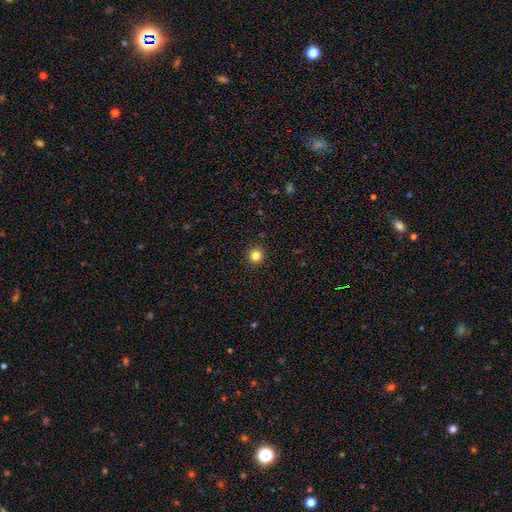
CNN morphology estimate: A smooth galaxy with no disk features (83%) that is round (95%).

Vote fractions:
- Smooth or featured? smooth: 83% / star or artifact: 13% / featured or disk: 5%
- How rounded? round: 95% / in between: 4% / cigar-shaped: 1%
- Merging? none: 93% / minor disturbance: 4% / major disturbance: 2% / merger: 1%